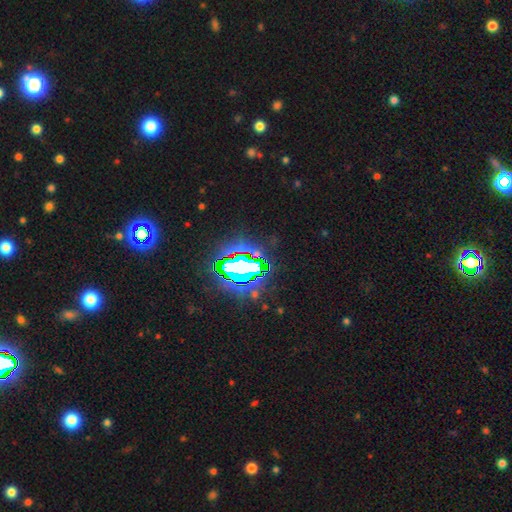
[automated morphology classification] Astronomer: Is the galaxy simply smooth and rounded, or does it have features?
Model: star or artifact — 76%.